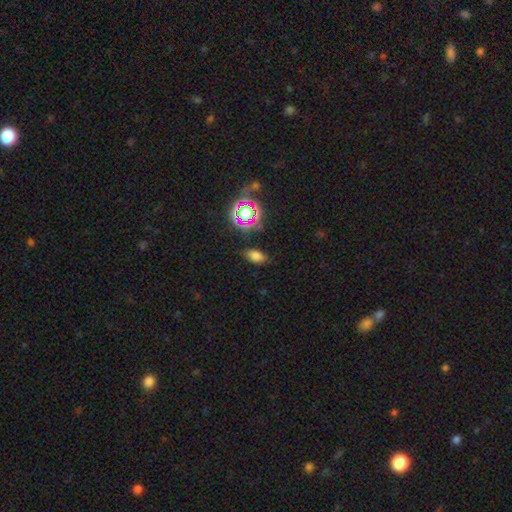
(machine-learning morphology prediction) The model was most divided on "smooth or featured": smooth: 69%, star or artifact: 22%, featured or disk: 9%. More confident: how rounded — in between (87%); merging — none (80%).